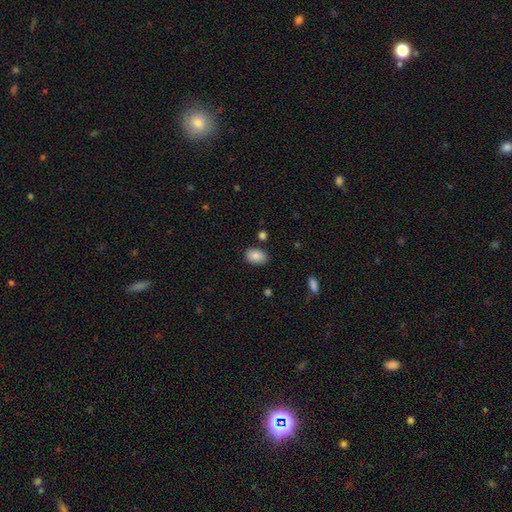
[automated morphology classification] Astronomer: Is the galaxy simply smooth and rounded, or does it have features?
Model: smooth — 86%.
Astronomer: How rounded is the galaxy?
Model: in between — 87%.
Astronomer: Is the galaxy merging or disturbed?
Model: none — 83%.